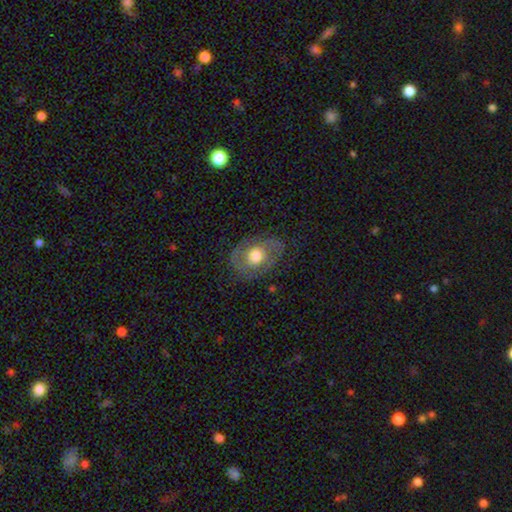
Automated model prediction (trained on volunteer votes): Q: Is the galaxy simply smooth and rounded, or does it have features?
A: featured or disk — 58%.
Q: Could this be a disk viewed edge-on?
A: no — 95%.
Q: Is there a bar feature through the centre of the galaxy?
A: no — 78%.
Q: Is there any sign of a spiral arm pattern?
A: yes — 69%.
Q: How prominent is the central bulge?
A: moderate — 61%.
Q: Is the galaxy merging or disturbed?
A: none — 69%.